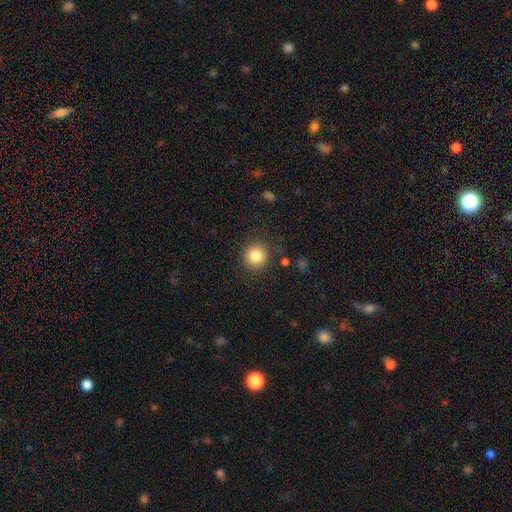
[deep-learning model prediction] Smooth or featured: smooth — 84% (star or artifact — 10%)
How rounded: round — 92% (in between — 7%)
Merging: none — 87% (minor disturbance — 8%)